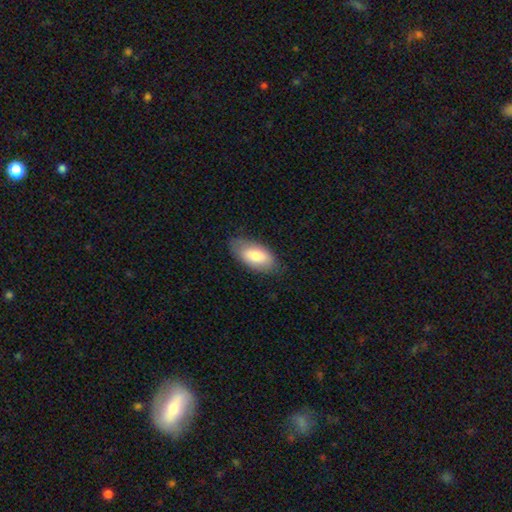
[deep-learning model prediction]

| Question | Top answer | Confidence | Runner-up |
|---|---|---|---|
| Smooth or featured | smooth | 79% | featured or disk (16%) |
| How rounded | in between | 93% | cigar-shaped (5%) |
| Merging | none | 78% | minor disturbance (17%) |